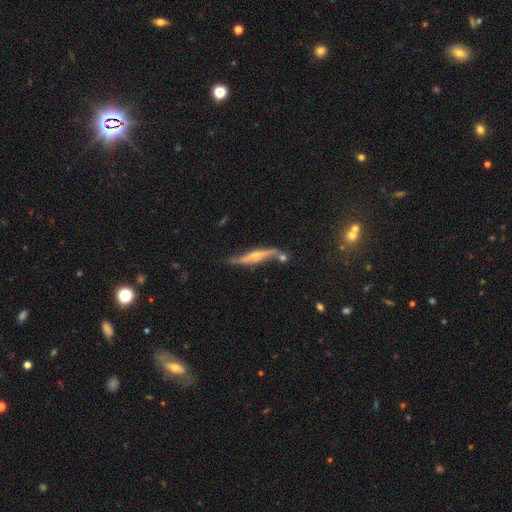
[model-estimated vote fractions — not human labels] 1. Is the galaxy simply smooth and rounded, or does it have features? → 76% featured or disk, 17% smooth, 7% star or artifact.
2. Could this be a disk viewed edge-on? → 86% yes, 14% no.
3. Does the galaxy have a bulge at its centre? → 84% rounded, 9% none, 7% boxy.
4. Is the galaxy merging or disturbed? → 64% none, 21% minor disturbance, 10% merger, 6% major disturbance.